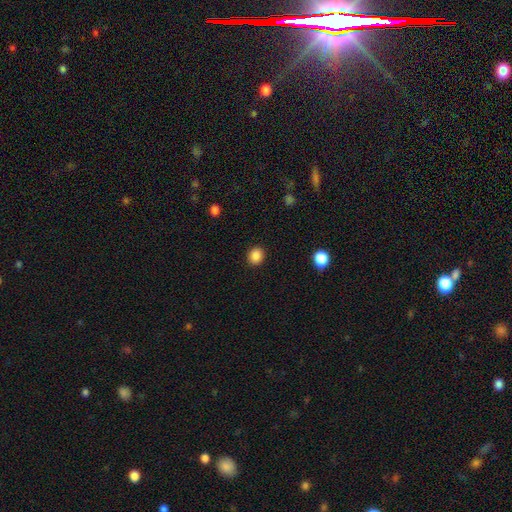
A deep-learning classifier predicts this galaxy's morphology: This appears to be a smooth galaxy with no disk features (87%) that is round (79%). Merging: none (91%).